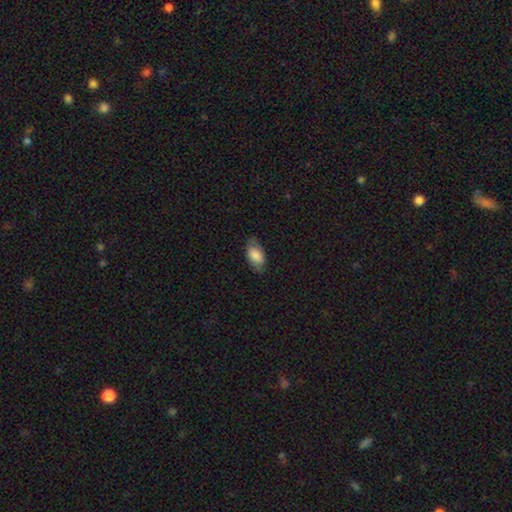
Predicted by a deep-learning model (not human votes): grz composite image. It shows a smooth galaxy with no disk features (76%) that is in between round and cigar-shaped (93%). Merging: none (71%).